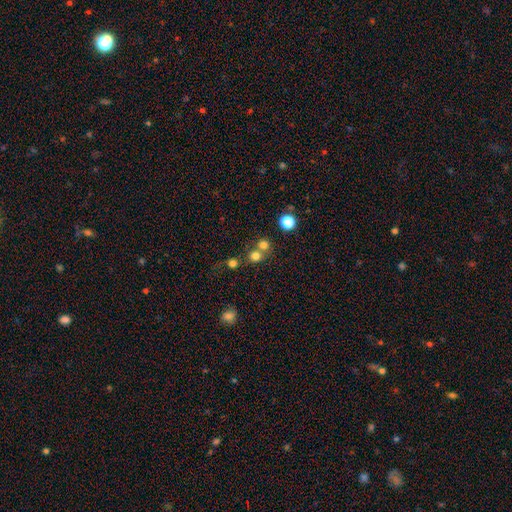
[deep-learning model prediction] Smooth or featured? Predicted: smooth (p=0.73). How rounded? Predicted: round (p=0.86). Merging? Predicted: none (p=0.51).